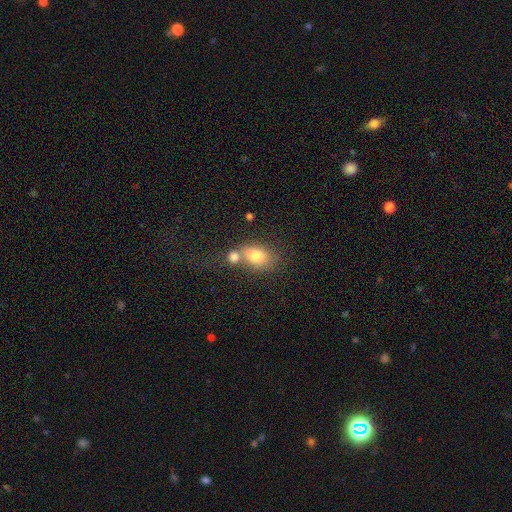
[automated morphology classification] Overall: smooth (77%). How rounded: in between (66%; round 32%). Merging: merger (51%; none 33%).